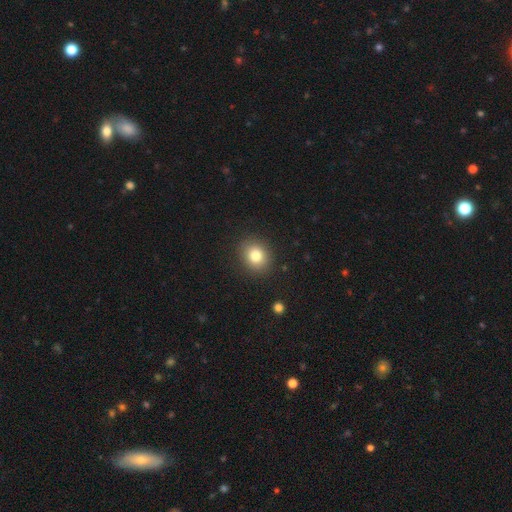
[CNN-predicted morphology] smooth-or-featured: smooth: 80% | star or artifact: 11% | featured or disk: 9%
  how-rounded: round: 72% | in between: 27% | cigar-shaped: 1%
  merging: none: 89% | minor disturbance: 7% | major disturbance: 2% | merger: 1%